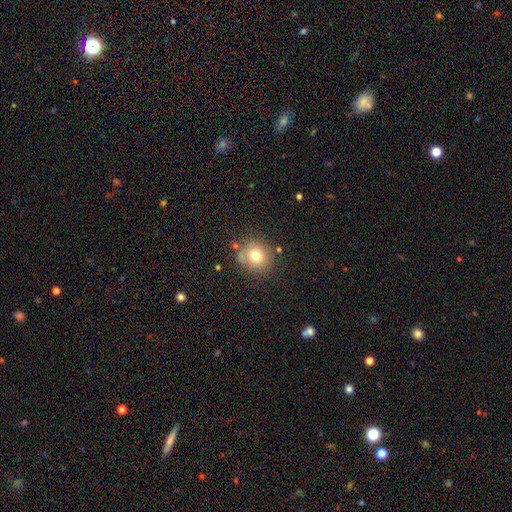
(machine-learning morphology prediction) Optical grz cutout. It shows a smooth galaxy with no disk features (73%) that is round (83%). Merging: none (73%).